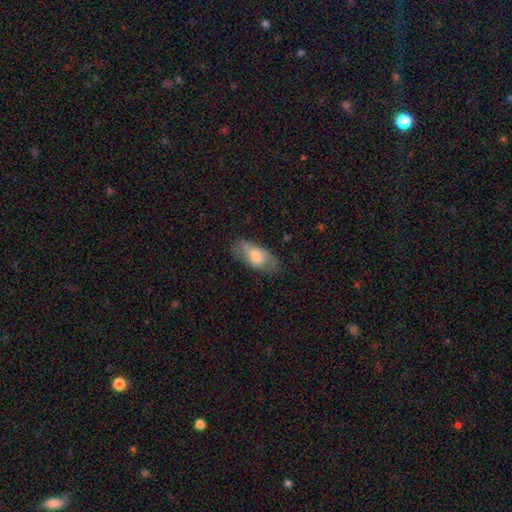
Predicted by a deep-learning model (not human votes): A smooth galaxy with no disk features (64%) that is in between round and cigar-shaped (87%).

Vote fractions:
- Smooth or featured? smooth: 64% / featured or disk: 30% / star or artifact: 7%
- How rounded? in between: 87% / cigar-shaped: 9% / round: 4%
- Merging? none: 68% / minor disturbance: 22% / major disturbance: 9% / merger: 1%